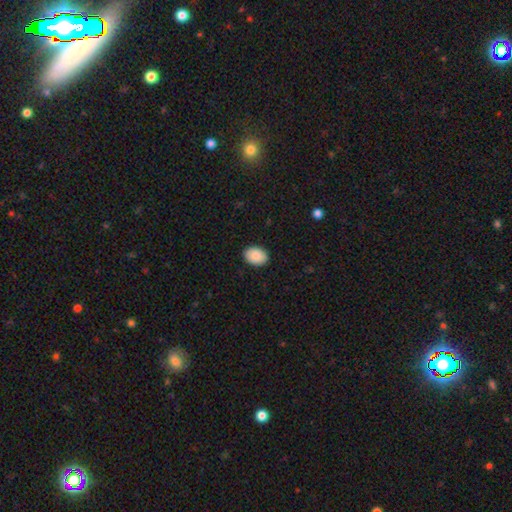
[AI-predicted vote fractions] Smooth or featured: smooth — 90% (star or artifact — 7%)
How rounded: in between — 79% (round — 20%)
Merging: none — 90% (minor disturbance — 7%)